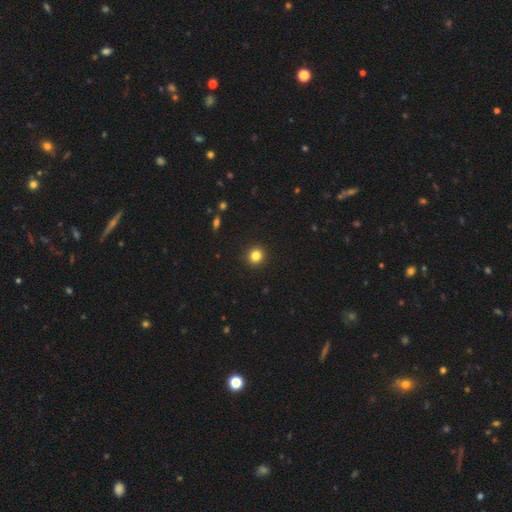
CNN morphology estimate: Overall: smooth (83%). How rounded: round (91%). Merging: none (93%).